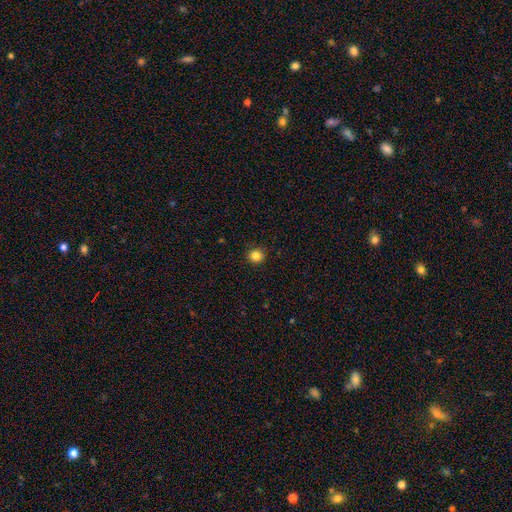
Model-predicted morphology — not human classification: The model was most divided on "smooth or featured": smooth: 84%, star or artifact: 12%, featured or disk: 4%. More confident: how rounded — round (93%); merging — none (93%).